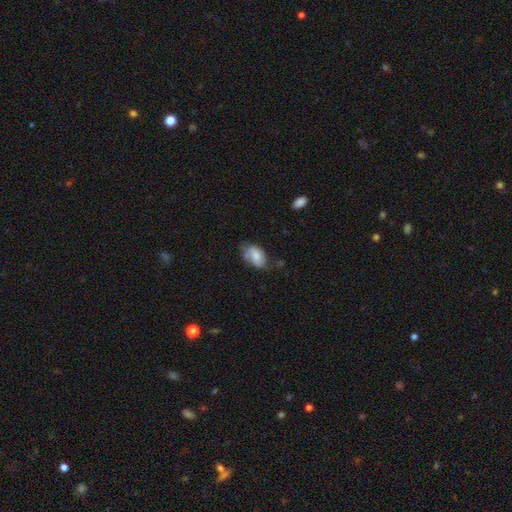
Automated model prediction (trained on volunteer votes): This appears to be a smooth galaxy with no disk features (66%) that is in between round and cigar-shaped (90%). Merging: none (51%).